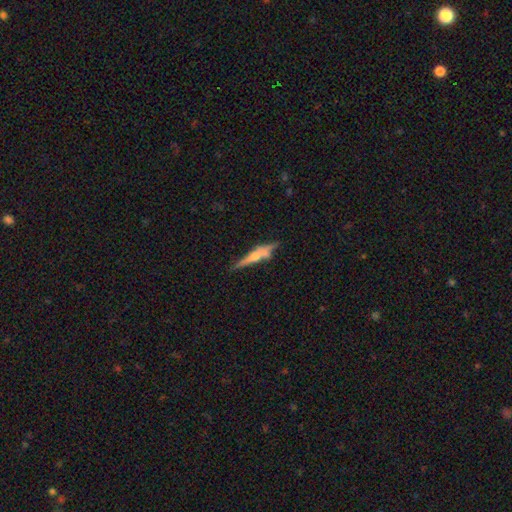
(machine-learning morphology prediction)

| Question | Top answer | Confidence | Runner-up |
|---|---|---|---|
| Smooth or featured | featured or disk | 57% | smooth (35%) |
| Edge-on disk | yes | 91% | no (9%) |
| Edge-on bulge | rounded | 76% | none (14%) |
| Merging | none | 56% | minor disturbance (19%) |